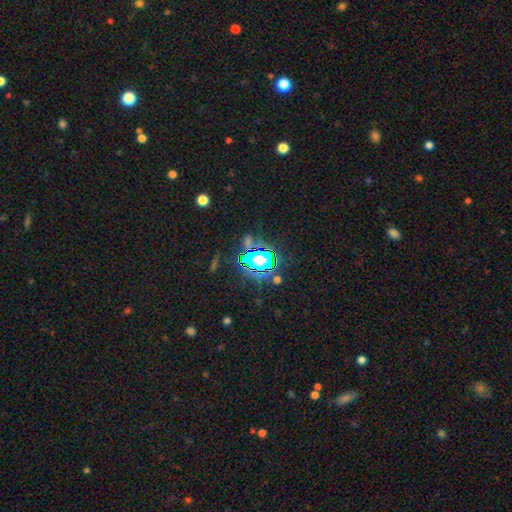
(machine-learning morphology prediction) Smooth or featured: star or artifact — 76% (smooth — 16%)